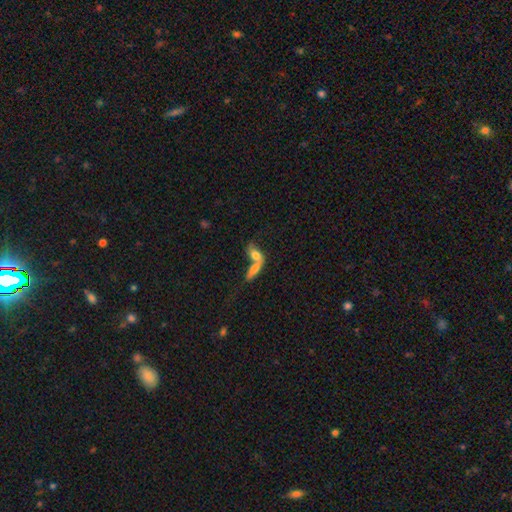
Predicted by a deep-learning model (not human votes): Overall: smooth (42%; star or artifact 36%). Merging: none (45%; merger 34%).